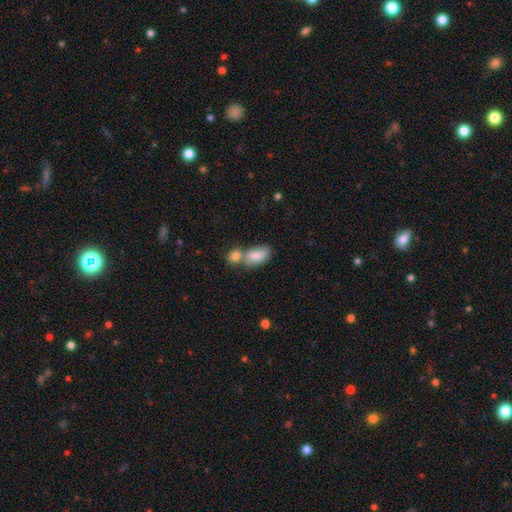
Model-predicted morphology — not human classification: The model was most divided on "merging": merger: 53%, none: 33%, minor disturbance: 11%, major disturbance: 4%. More confident: how rounded — in between (91%); smooth or featured — smooth (82%).